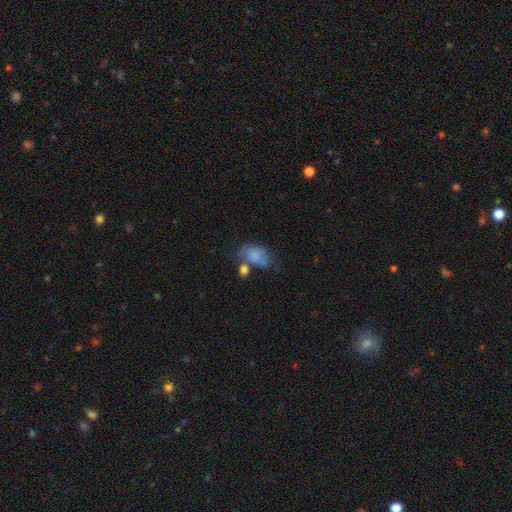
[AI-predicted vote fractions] Smooth or featured? smooth (69%)
How rounded? in between (80%)
Merging? merger (33%)